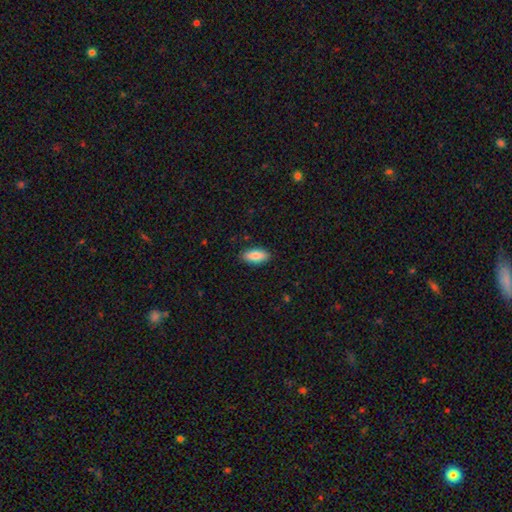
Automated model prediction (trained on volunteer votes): Smooth or featured? smooth (87%)
How rounded? in between (85%)
Merging? none (89%)